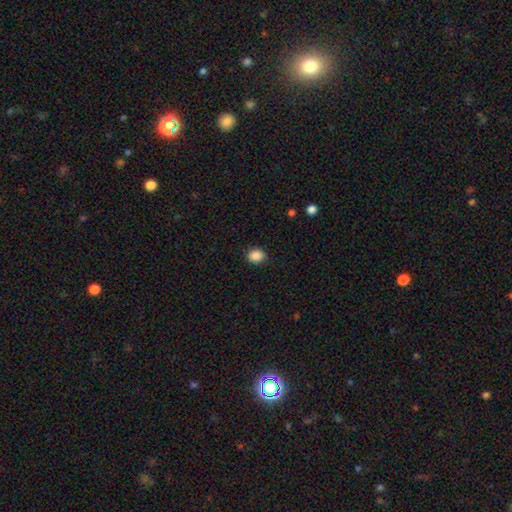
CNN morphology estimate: A smooth galaxy with no disk features (88%) that is round (63%).

Vote fractions:
- Smooth or featured? smooth: 88% / star or artifact: 9% / featured or disk: 3%
- How rounded? round: 63% / in between: 36% / cigar-shaped: 1%
- Merging? none: 88% / minor disturbance: 8% / major disturbance: 2% / merger: 1%